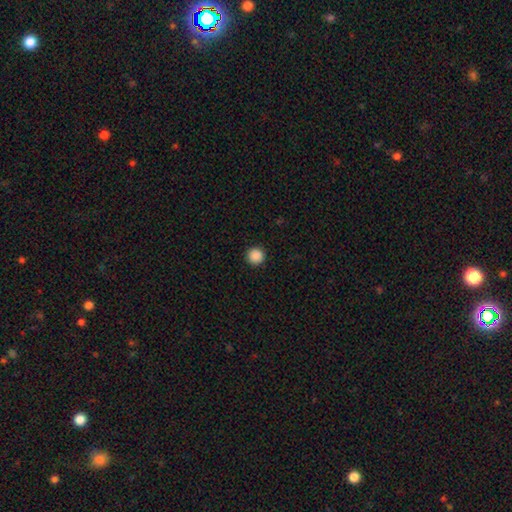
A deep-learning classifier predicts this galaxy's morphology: A smooth galaxy with no disk features (89%) that is round (96%). Merging: none (93%).